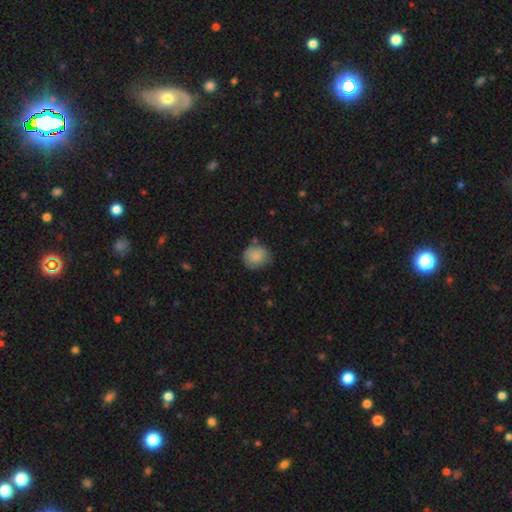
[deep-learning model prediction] A smooth galaxy with no disk features (84%) that is round (79%). Merging: none (68%).